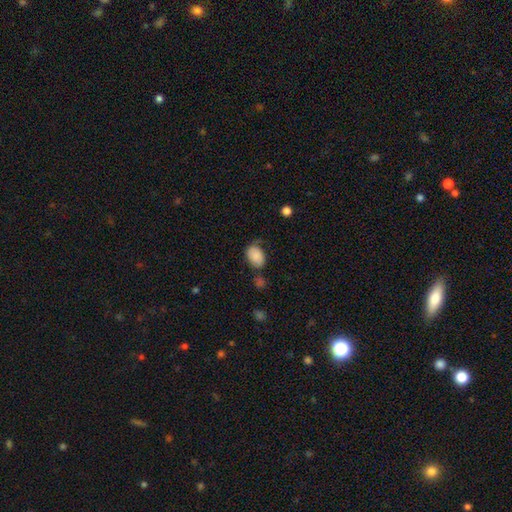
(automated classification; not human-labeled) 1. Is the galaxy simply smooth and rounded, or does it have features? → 85% smooth, 8% star or artifact, 7% featured or disk.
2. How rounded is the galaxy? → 82% in between, 17% round, 1% cigar-shaped.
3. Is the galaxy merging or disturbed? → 53% none, 29% minor disturbance, 10% major disturbance, 8% merger.